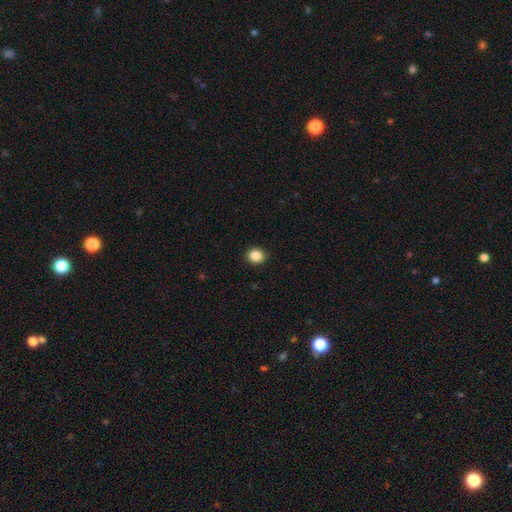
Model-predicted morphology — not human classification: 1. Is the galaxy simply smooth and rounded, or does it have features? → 86% smooth, 10% star or artifact, 4% featured or disk.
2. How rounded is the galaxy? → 83% round, 16% in between, 1% cigar-shaped.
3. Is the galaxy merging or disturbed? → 92% none, 5% minor disturbance, 2% major disturbance, 1% merger.